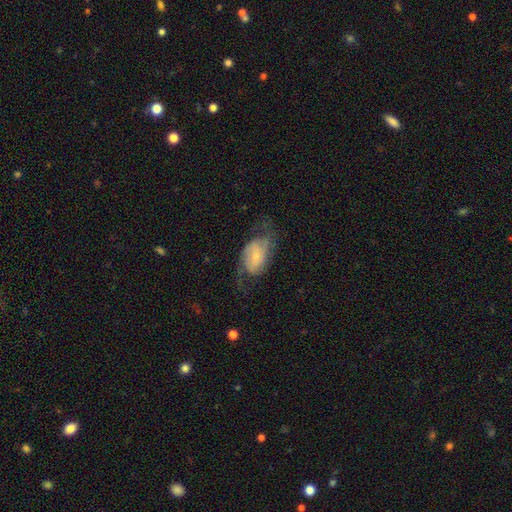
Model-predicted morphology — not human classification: type=featured or disk (63%); edge-on=no (96%); bar=no (55%); spiral arms=yes (86%); winding=loose (49%); arm count=2 (83%); bulge=small (68%); merging=none (49%).